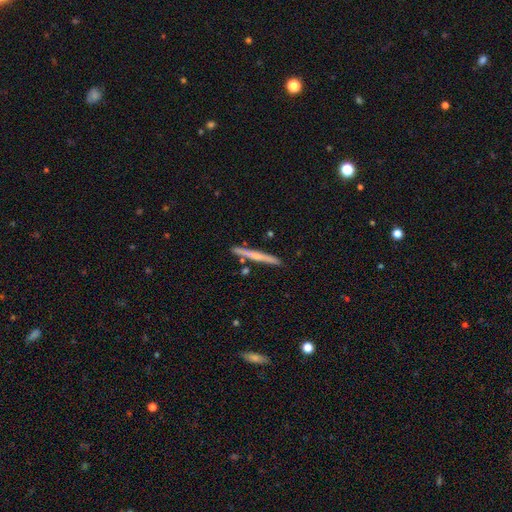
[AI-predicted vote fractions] A featured or disk galaxy (50%).

Vote fractions:
- Smooth or featured? featured or disk: 50% / smooth: 44% / star or artifact: 6%
- Merging? none: 87% / minor disturbance: 8% / merger: 4% / major disturbance: 2%